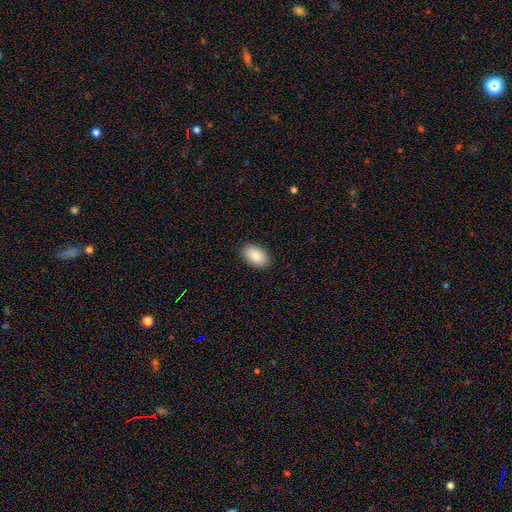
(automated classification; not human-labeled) A smooth galaxy with no disk features (88%) that is in between round and cigar-shaped (93%).

Vote fractions:
- Smooth or featured? smooth: 88% / star or artifact: 6% / featured or disk: 6%
- How rounded? in between: 93% / round: 6% / cigar-shaped: 1%
- Merging? none: 90% / minor disturbance: 8% / major disturbance: 2% / merger: 1%